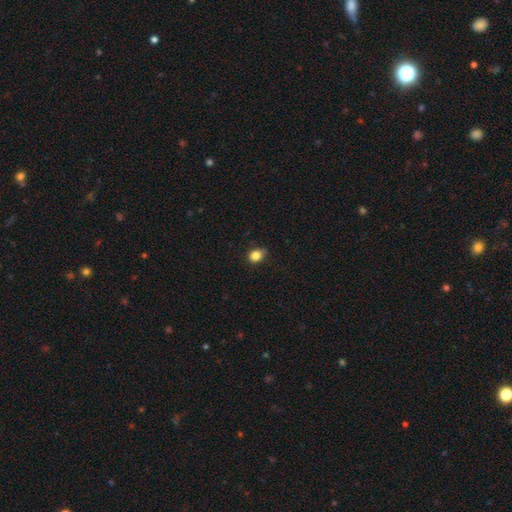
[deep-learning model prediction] The model was most divided on "how rounded": round: 54%, in between: 44%, cigar-shaped: 1%. More confident: smooth or featured — smooth (84%); merging — none (70%).